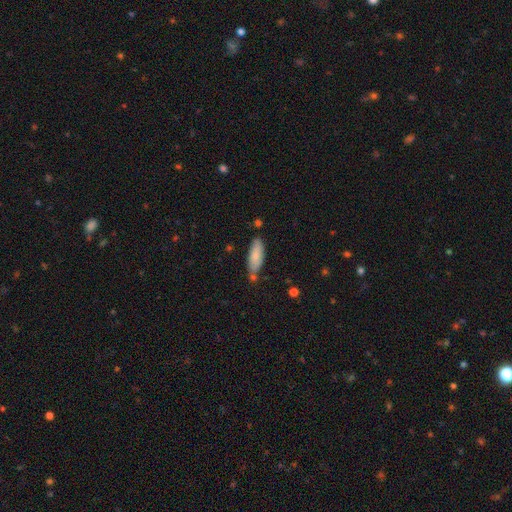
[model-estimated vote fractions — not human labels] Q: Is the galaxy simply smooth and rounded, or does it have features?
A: smooth — 80%.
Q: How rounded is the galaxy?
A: in between — 59%.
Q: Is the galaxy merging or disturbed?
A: none — 68%.